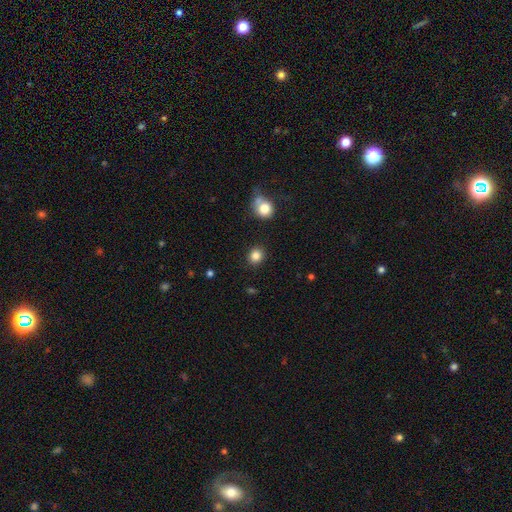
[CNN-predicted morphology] type=smooth (84%); roundness=round (79%); merging=none (89%).